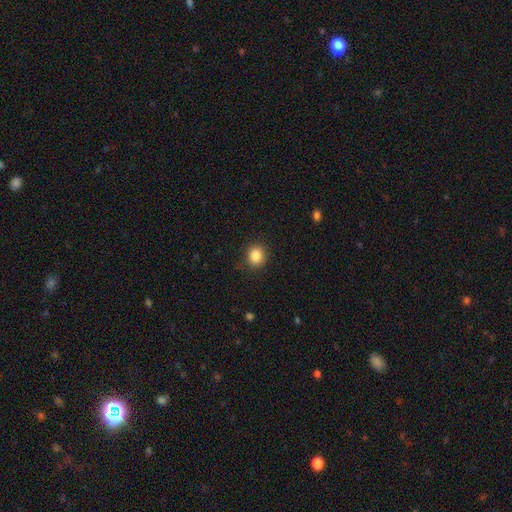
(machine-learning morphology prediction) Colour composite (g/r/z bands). It shows a smooth galaxy with no disk features (85%) that is round (75%). Merging: none (89%).